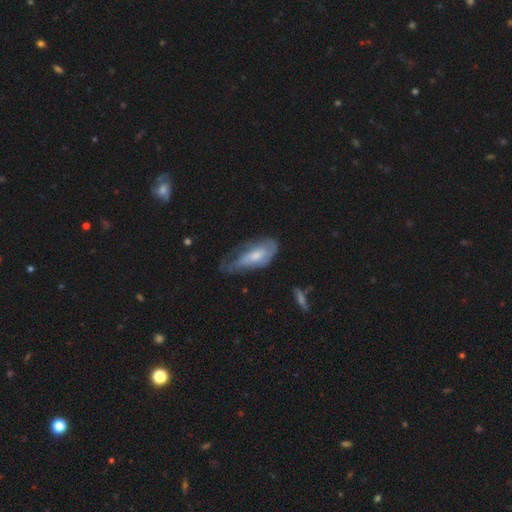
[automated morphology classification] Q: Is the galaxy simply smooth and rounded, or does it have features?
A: featured or disk — 49%.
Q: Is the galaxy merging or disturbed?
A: minor disturbance — 36%.